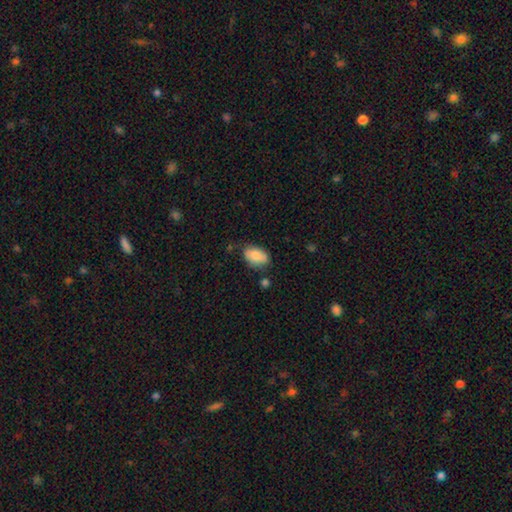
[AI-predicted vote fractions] Morphology: type=smooth (80%); roundness=in between (89%); merging=none (67%).